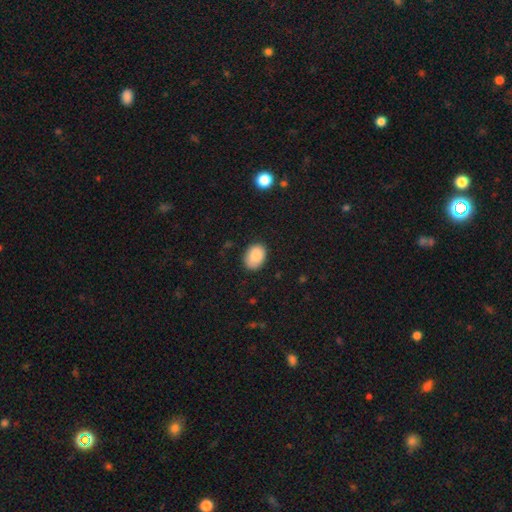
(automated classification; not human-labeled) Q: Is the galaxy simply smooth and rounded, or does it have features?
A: smooth — 87%.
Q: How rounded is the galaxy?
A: in between — 75%.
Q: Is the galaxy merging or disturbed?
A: none — 81%.